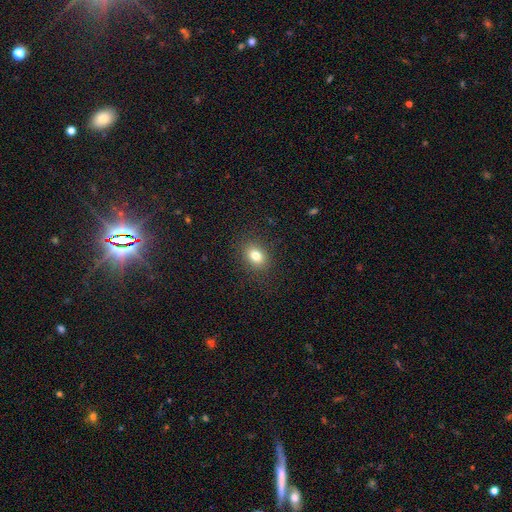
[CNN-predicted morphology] smooth 80%, star or artifact 11%, featured or disk 9%. Down the decision tree: how rounded — in between (61%); merging — none (87%).